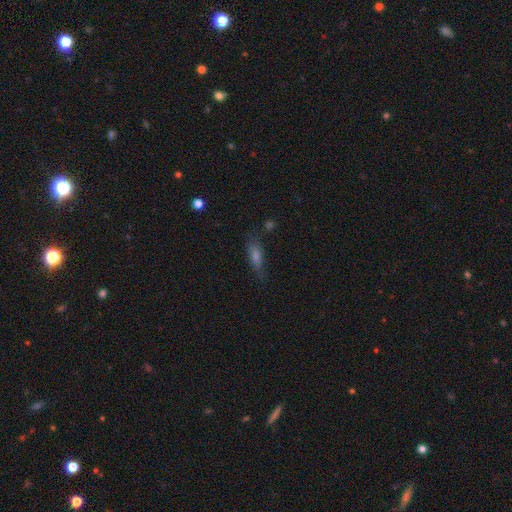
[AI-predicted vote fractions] The model was most divided on "how rounded": cigar-shaped: 56%, in between: 40%, round: 4%. More confident: merging — none (71%); smooth or featured — smooth (53%).